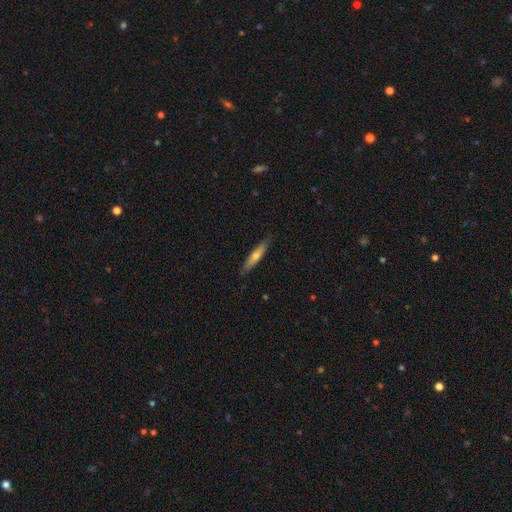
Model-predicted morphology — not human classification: type=smooth (51%); roundness=cigar-shaped (88%); merging=none (86%).